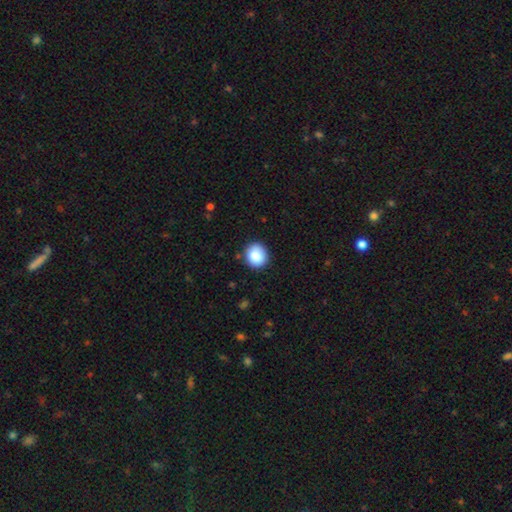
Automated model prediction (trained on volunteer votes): Q: Smooth or featured?
A: smooth (86%); runner-up: star or artifact (8%)
Q: How rounded?
A: round (81%); runner-up: in between (18%)
Q: Merging?
A: none (89%); runner-up: minor disturbance (8%)